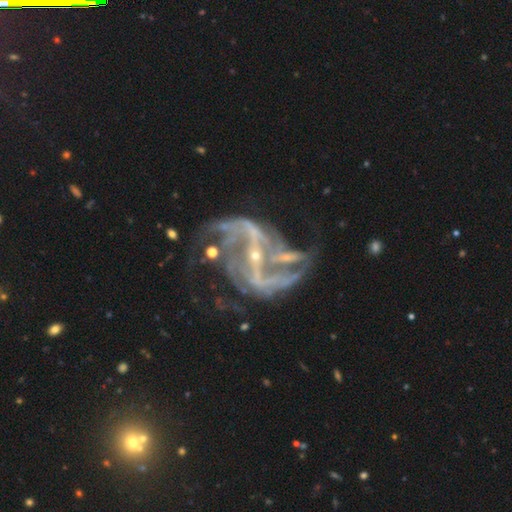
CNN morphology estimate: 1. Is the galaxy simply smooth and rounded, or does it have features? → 91% featured or disk, 6% star or artifact, 2% smooth.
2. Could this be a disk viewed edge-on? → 97% no, 3% yes.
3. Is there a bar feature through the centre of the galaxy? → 66% strong, 21% weak, 13% no.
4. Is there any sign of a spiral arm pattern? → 96% yes, 4% no.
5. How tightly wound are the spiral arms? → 51% loose, 37% medium, 13% tight.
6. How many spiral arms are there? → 60% 2, 12% 3, 9% can't tell, 7% 4, 6% 1, 5% more than 4.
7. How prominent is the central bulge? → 86% small, 8% moderate, 3% none, 1% large, 1% dominant.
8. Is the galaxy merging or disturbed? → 40% none, 30% major disturbance, 20% minor disturbance, 10% merger.